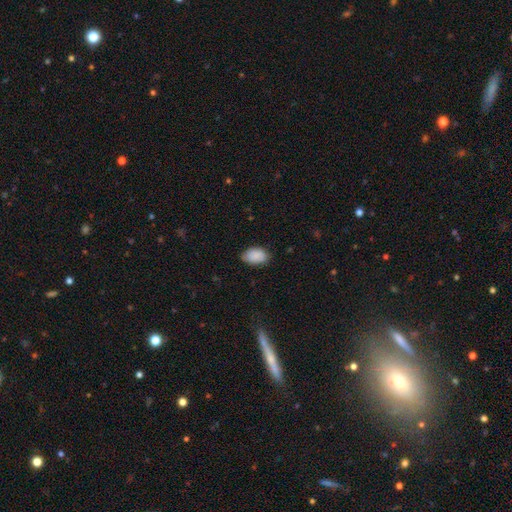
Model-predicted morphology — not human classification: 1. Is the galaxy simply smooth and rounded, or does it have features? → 89% smooth, 7% star or artifact, 4% featured or disk.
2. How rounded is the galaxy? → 90% in between, 9% round, 1% cigar-shaped.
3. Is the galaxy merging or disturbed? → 74% none, 21% minor disturbance, 3% major disturbance, 1% merger.